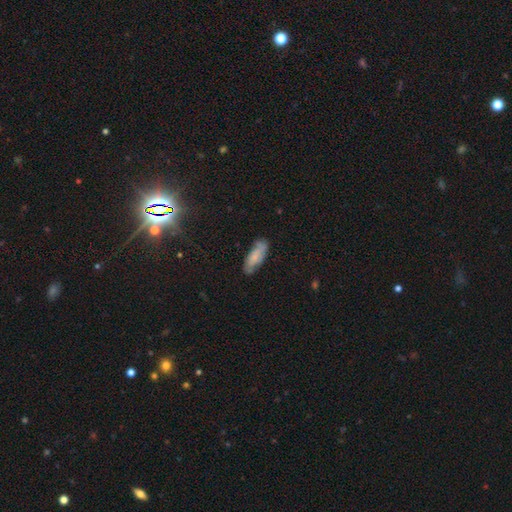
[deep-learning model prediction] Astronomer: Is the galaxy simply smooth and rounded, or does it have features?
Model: smooth — 62%.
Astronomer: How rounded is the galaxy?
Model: in between — 68%.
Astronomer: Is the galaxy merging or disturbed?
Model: none — 72%.